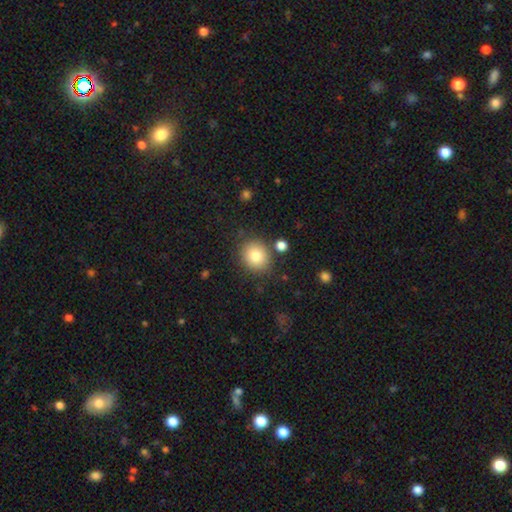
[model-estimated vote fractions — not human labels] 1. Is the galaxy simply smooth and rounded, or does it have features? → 81% smooth, 10% star or artifact, 9% featured or disk.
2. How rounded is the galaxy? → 75% round, 24% in between, 1% cigar-shaped.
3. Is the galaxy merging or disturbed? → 81% none, 10% minor disturbance, 5% merger, 3% major disturbance.